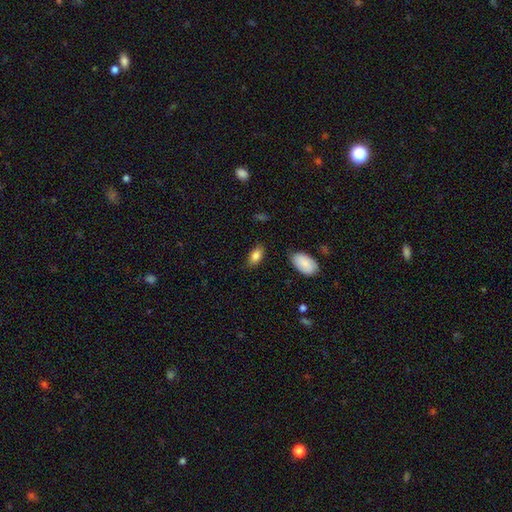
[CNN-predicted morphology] The model was most divided on "merging": none: 81%, minor disturbance: 14%, major disturbance: 3%, merger: 2%. More confident: how rounded — in between (92%); smooth or featured — smooth (85%).